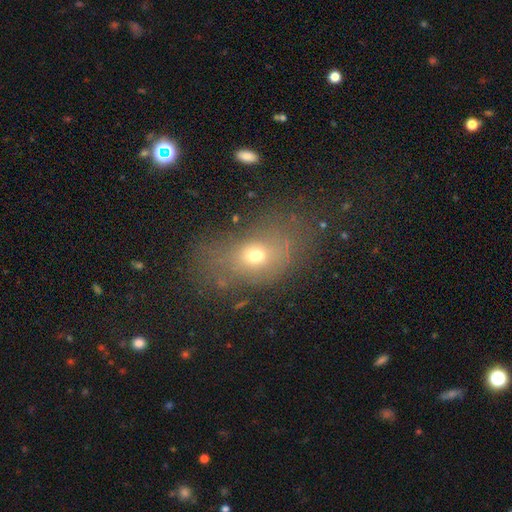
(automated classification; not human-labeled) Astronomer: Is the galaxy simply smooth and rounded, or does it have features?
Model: smooth — 61%.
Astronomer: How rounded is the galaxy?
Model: in between — 74%.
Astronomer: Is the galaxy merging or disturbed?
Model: none — 55%.